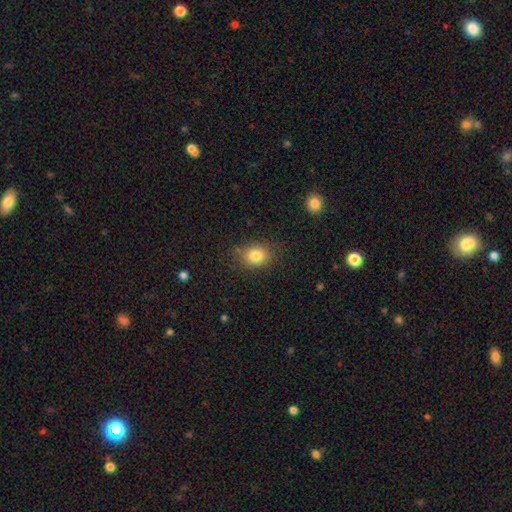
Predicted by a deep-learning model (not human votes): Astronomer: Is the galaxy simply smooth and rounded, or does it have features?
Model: smooth — 82%.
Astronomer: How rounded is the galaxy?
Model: in between — 53% (runner-up: round, 46%).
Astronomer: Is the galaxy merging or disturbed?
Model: none — 80%.